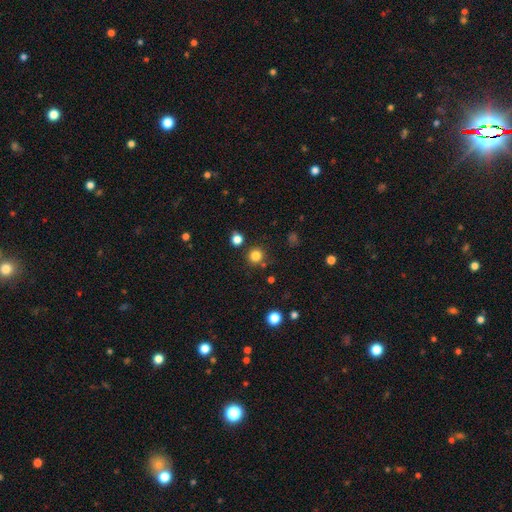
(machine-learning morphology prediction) smooth_or_featured: smooth (p=0.81) [alt: star or artifact p=0.14]
how_rounded: round (p=0.94) [alt: in between p=0.05]
merging: none (p=0.84) [alt: minor disturbance p=0.08]